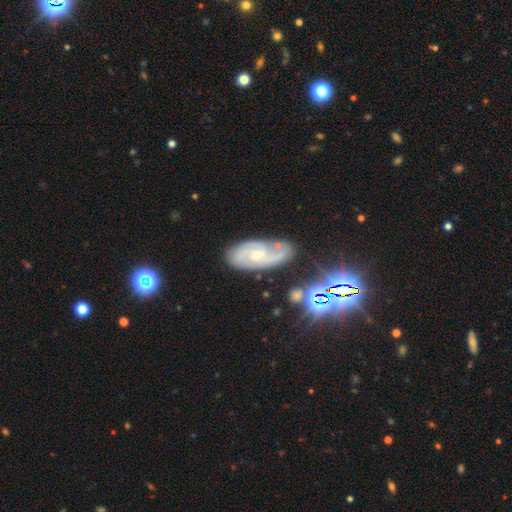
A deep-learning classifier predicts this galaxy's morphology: smooth-or-featured: featured or disk: 75% | smooth: 18% | star or artifact: 6%
  disk-edge-on: no: 95% | yes: 5%
    bar: no: 51% | weak: 41% | strong: 7%
    has-spiral-arms: yes: 92% | no: 8%
      spiral-winding: medium: 46% | tight: 33% | loose: 21%
      spiral-arm-count: 2: 58% | can't tell: 21% | 3: 11% | 1: 5% | 4: 3% | more than 4: 2%
    bulge-size: small: 65% | moderate: 29% | none: 4% | large: 2% | dominant: 1%
  merging: none: 62% | minor disturbance: 22% | major disturbance: 9% | merger: 7%